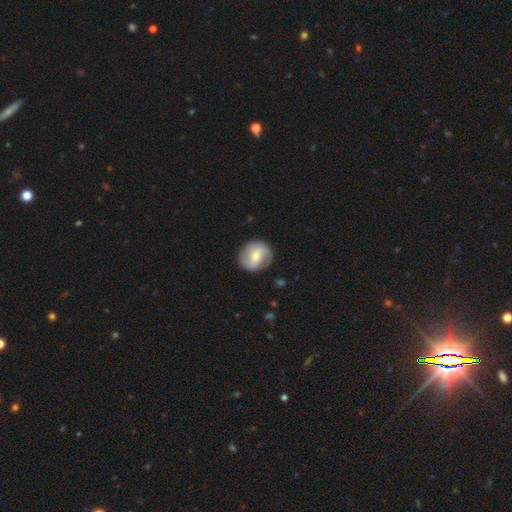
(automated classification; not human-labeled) Smooth or featured: featured or disk — 50% (smooth — 44%)
Merging: none — 82% (minor disturbance — 12%)